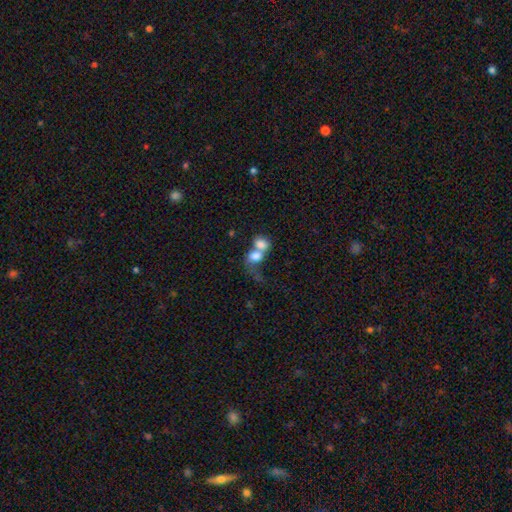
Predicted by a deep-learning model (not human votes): smooth_or_featured: smooth (p=0.74) [alt: featured or disk p=0.18]
how_rounded: in between (p=0.58) [alt: round p=0.40]
merging: merger (p=0.77) [alt: none p=0.11]